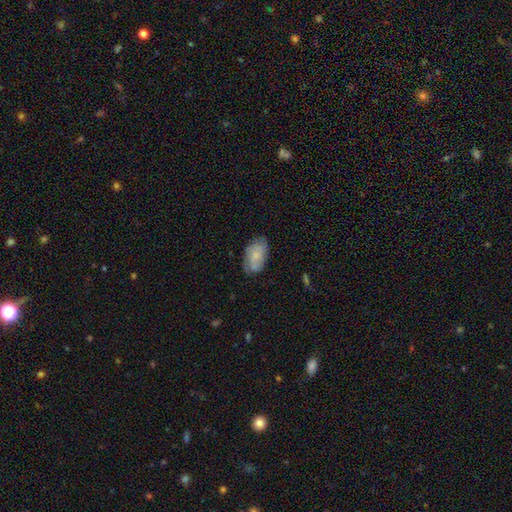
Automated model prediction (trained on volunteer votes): smooth-or-featured: smooth: 61% | featured or disk: 32% | star or artifact: 7%
  how-rounded: in between: 93% | round: 5% | cigar-shaped: 2%
  merging: none: 66% | minor disturbance: 26% | major disturbance: 6% | merger: 2%